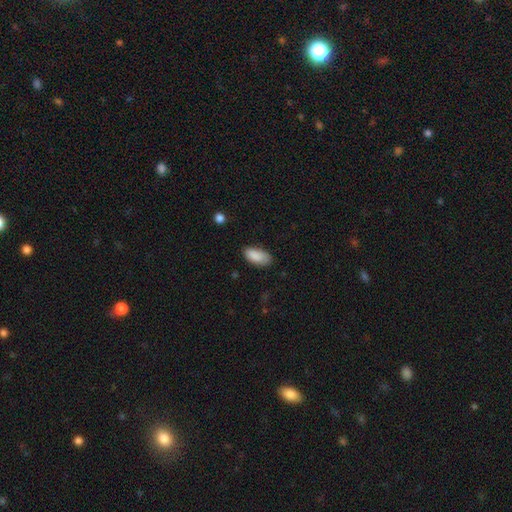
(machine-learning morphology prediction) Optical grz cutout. It shows a smooth galaxy with no disk features (88%) that is in between round and cigar-shaped (92%). Merging: none (73%).